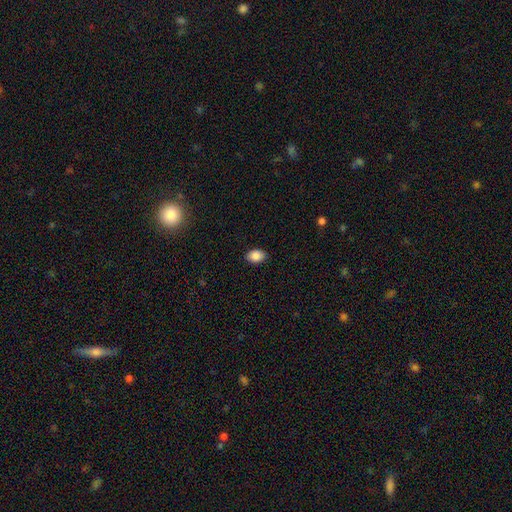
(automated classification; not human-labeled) smooth 88%, star or artifact 8%, featured or disk 4%. Down the decision tree: how rounded — in between (82%); merging — none (88%).